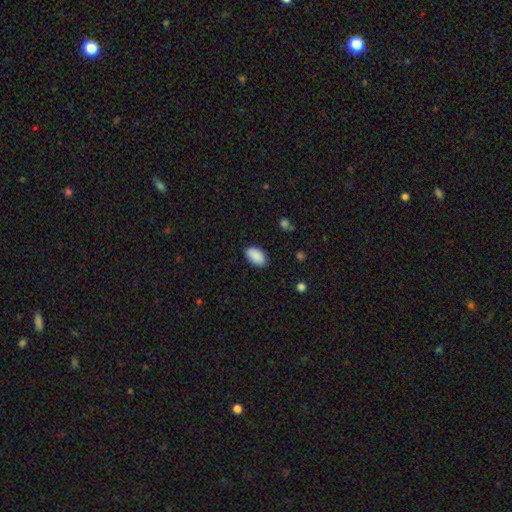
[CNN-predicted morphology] This is clearly a smooth galaxy (90%). How rounded: clearly in between (94%). Merging: clearly none (86%).